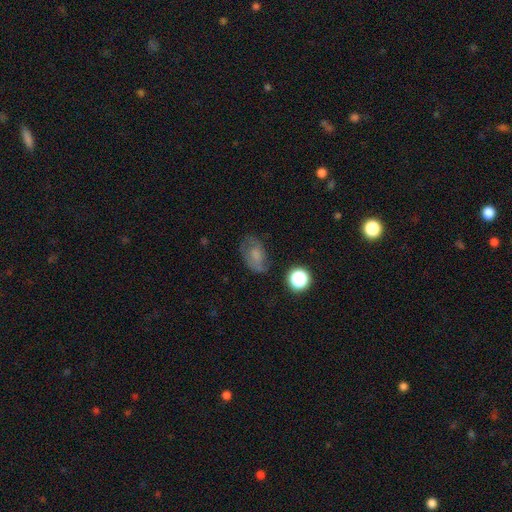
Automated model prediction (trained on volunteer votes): A smooth galaxy with no disk features (51%) that is in between round and cigar-shaped (81%).

Vote fractions:
- Smooth or featured? smooth: 51% / featured or disk: 34% / star or artifact: 15%
- How rounded? in between: 81% / round: 18% / cigar-shaped: 2%
- Merging? none: 58% / minor disturbance: 25% / major disturbance: 13% / merger: 3%